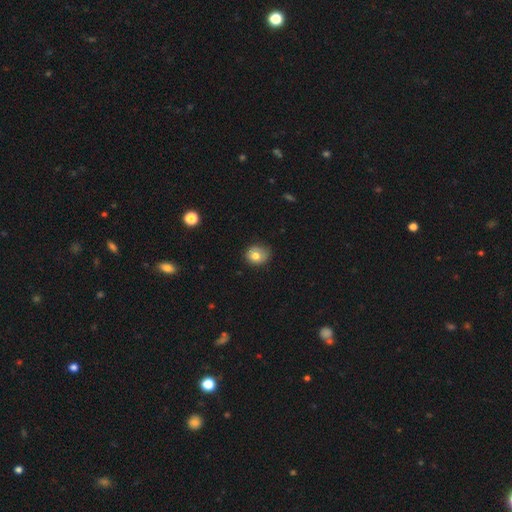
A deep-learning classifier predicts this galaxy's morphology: Smooth or featured? smooth (78%)
How rounded? round (68%)
Merging? none (70%)